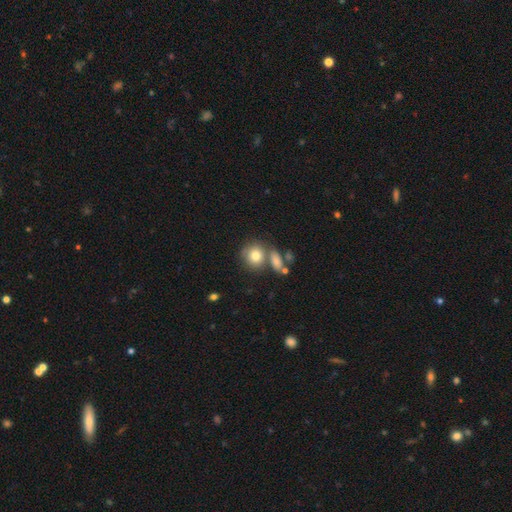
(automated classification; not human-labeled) smooth 80%, featured or disk 12%, star or artifact 8%. Down the decision tree: how rounded — round (77%); merging — none (52%).